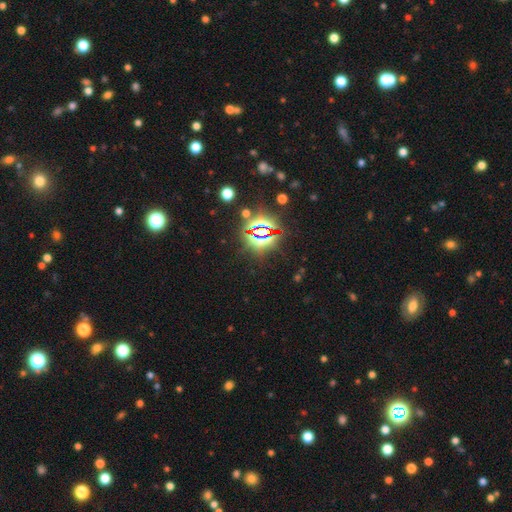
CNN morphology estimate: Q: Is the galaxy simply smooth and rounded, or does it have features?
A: star or artifact — 81%.